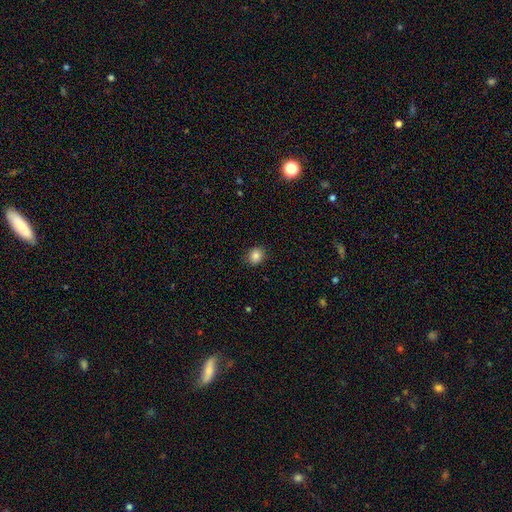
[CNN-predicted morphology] smooth 85%, star or artifact 10%, featured or disk 5%. Down the decision tree: how rounded — round (72%); merging — none (88%).